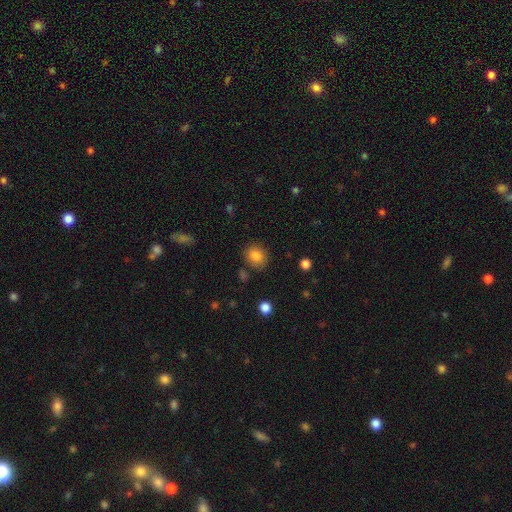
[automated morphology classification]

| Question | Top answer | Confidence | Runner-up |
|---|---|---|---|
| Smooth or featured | smooth | 84% | star or artifact (10%) |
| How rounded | round | 70% | in between (29%) |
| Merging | none | 84% | minor disturbance (10%) |